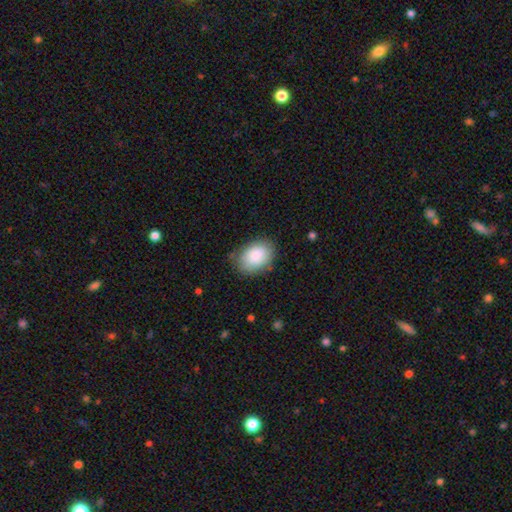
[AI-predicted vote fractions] A smooth galaxy with no disk features (85%) that is in between round and cigar-shaped (82%).

Vote fractions:
- Smooth or featured? smooth: 85% / featured or disk: 8% / star or artifact: 6%
- How rounded? in between: 82% / round: 17% / cigar-shaped: 1%
- Merging? none: 79% / minor disturbance: 16% / major disturbance: 4% / merger: 1%